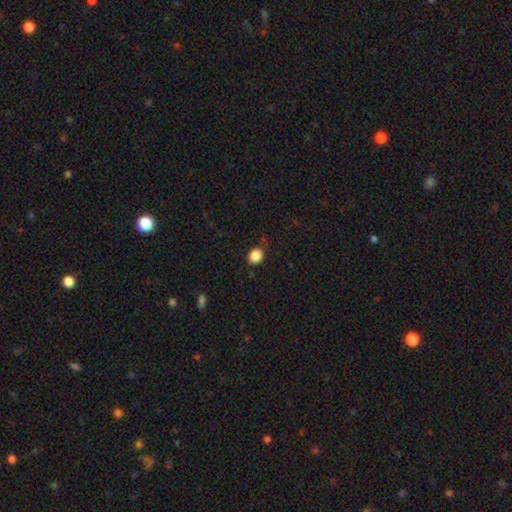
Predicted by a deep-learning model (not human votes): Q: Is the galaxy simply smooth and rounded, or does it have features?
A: smooth — 86%.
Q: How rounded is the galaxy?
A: round — 55%.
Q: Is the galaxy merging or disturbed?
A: none — 84%.